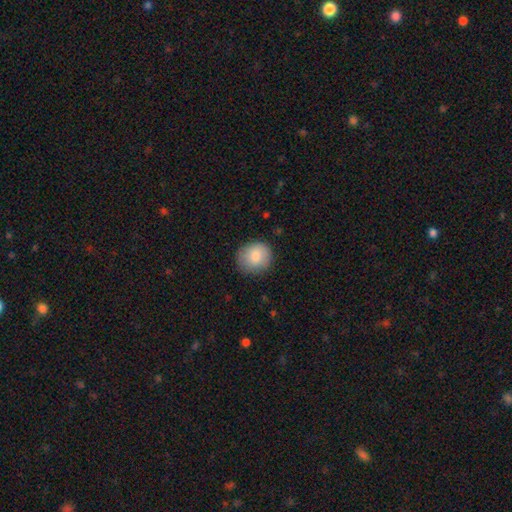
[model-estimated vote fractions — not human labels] Smooth or featured?
  - smooth: 83% *
  - featured or disk: 10%
  - star or artifact: 7%
How rounded?
  - round: 80% *
  - in between: 19%
  - cigar-shaped: 1%
Merging?
  - none: 81% *
  - minor disturbance: 15%
  - major disturbance: 3%
  - merger: 1%